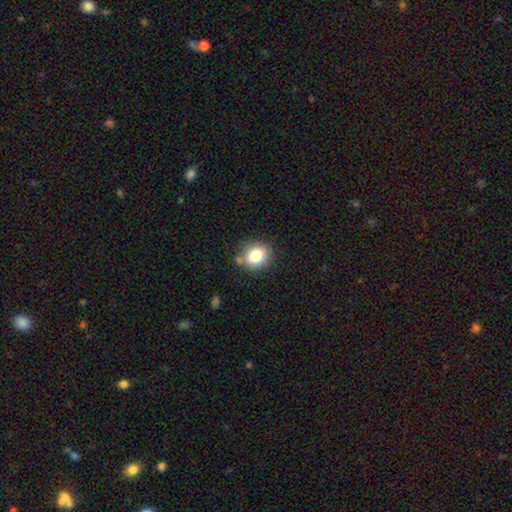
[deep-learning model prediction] smooth 80%, star or artifact 11%, featured or disk 9%. Down the decision tree: how rounded — round (68%); merging — none (81%).